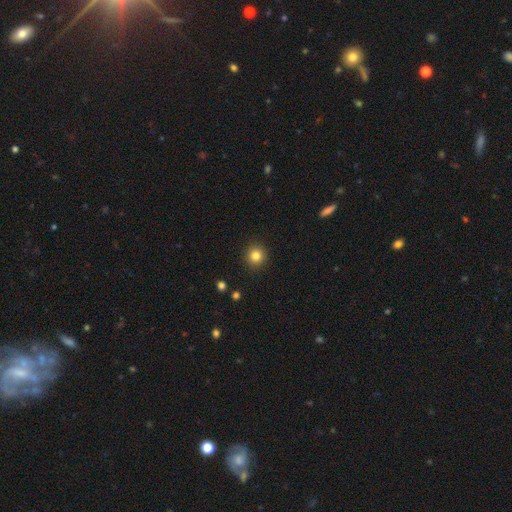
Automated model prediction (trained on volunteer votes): A smooth galaxy with no disk features (83%) that is round (93%). Merging: none (92%).